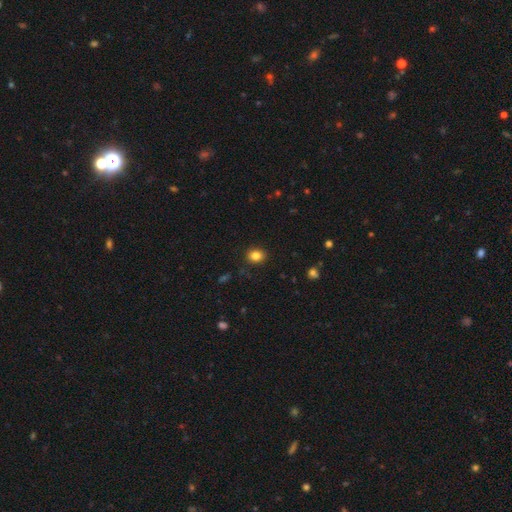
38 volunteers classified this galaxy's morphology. This appears to be a smooth galaxy with no disk features (84%) that is in between round and cigar-shaped (53%). Merging: none (91%).